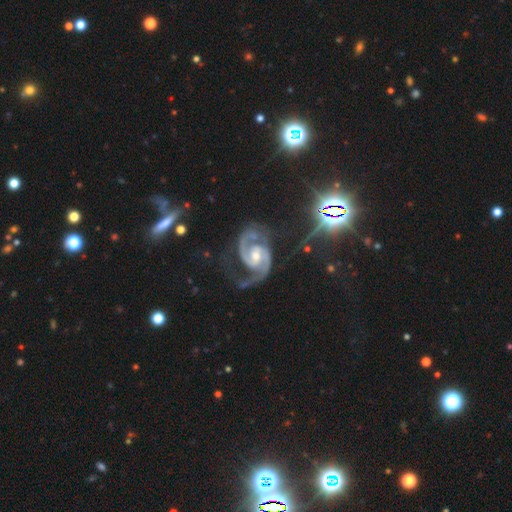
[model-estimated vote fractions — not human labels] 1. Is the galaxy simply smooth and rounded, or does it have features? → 92% featured or disk, 6% star or artifact, 2% smooth.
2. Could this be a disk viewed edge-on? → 98% no, 2% yes.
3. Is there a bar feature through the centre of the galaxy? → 41% weak (tied), 41% no (tied), 17% strong.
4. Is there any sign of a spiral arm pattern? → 99% yes, 1% no.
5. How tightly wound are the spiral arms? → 60% medium, 28% tight, 12% loose.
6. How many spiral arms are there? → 93% 2, 2% 3, 2% can't tell, 1% 1, 1% 4, 1% more than 4.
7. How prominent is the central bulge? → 58% moderate, 35% small, 3% large, 2% none, 1% dominant.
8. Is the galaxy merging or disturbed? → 67% none, 19% minor disturbance, 11% major disturbance, 3% merger.